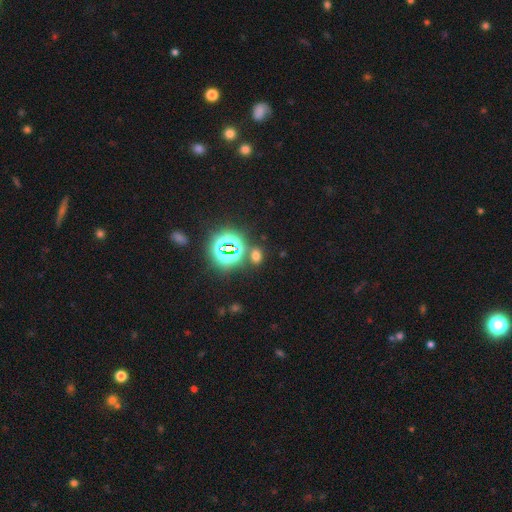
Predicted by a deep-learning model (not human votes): Morphology: type=smooth (52%); roundness=in between (59%); merging=none (79%).